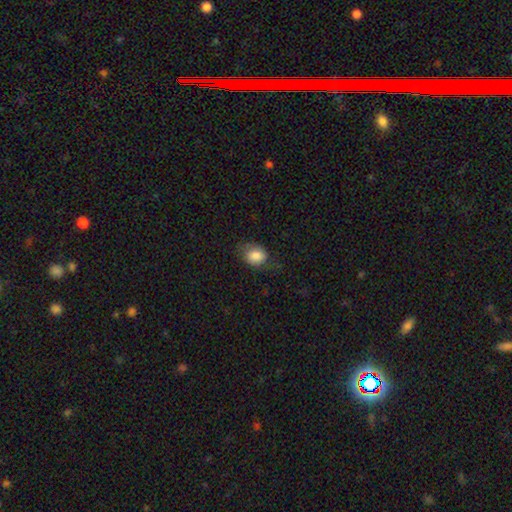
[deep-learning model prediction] Smooth or featured? Predicted: smooth (p=0.81). How rounded? Predicted: in between (p=0.58). Merging? Predicted: none (p=0.60).